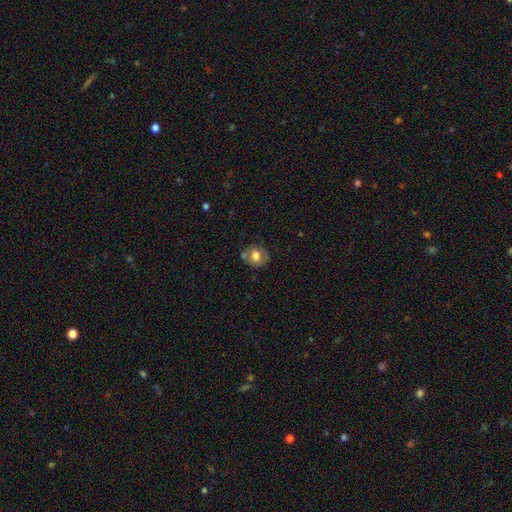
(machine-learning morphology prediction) Q: Smooth or featured?
A: smooth (65%); runner-up: featured or disk (26%)
Q: How rounded?
A: round (66%); runner-up: in between (33%)
Q: Merging?
A: none (60%); runner-up: minor disturbance (18%)